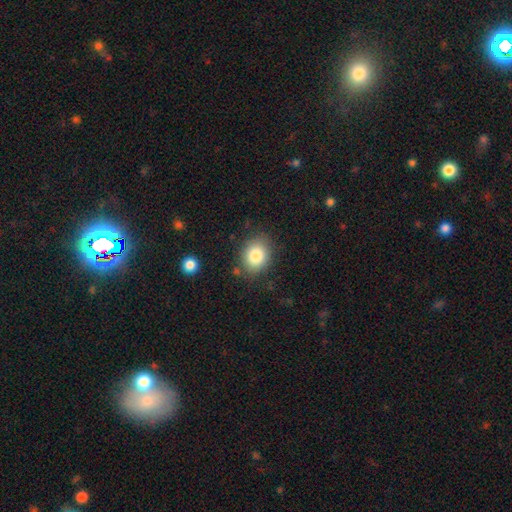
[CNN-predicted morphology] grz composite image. It shows a smooth galaxy with no disk features (82%) that is round (50%). Merging: none (81%).